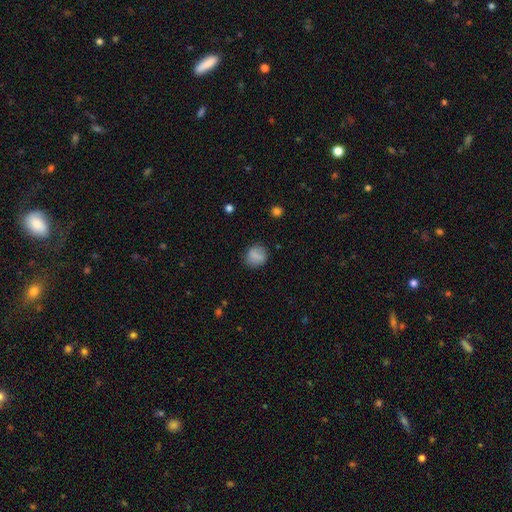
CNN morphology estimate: Smooth or featured? Predicted: smooth (p=0.79). How rounded? Predicted: round (p=0.73). Merging? Predicted: none (p=0.81).